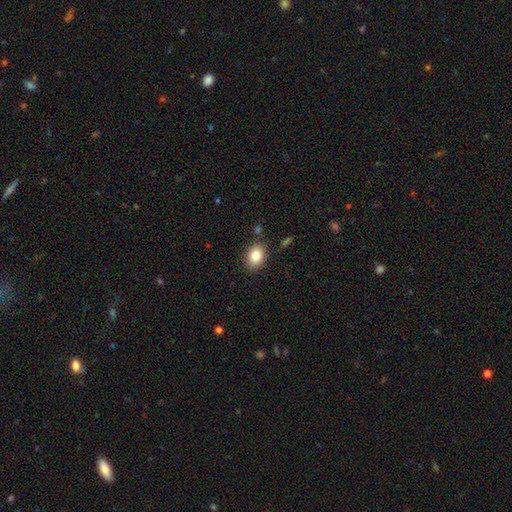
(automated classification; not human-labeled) Morphology: type=smooth (83%); roundness=in between (64%); merging=none (85%).